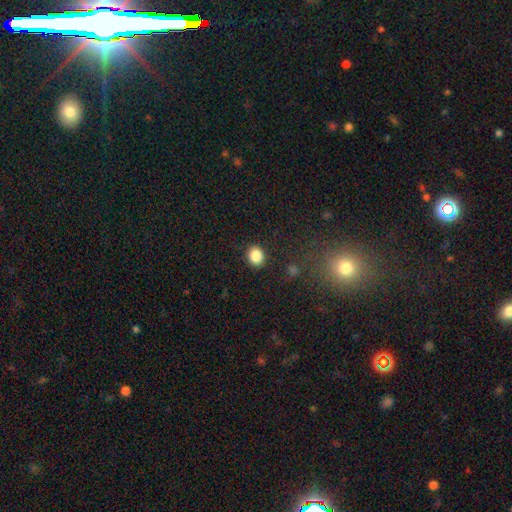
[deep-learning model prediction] This is clearly a smooth galaxy (86%). How rounded: likely round (62%). Merging: clearly none (88%).